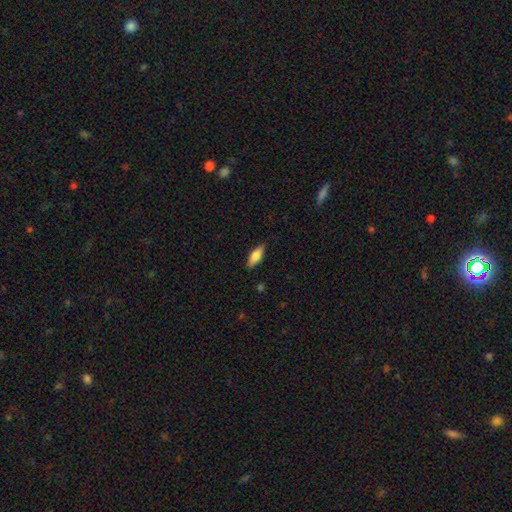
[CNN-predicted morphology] Smooth or featured: smooth — 79% (featured or disk — 14%)
How rounded: in between — 70% (cigar-shaped — 28%)
Merging: none — 85% (minor disturbance — 12%)